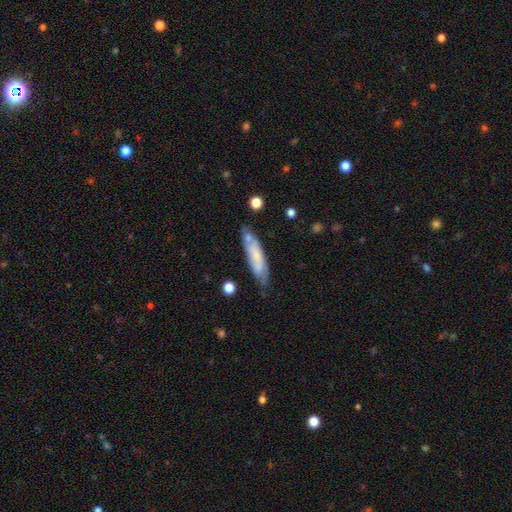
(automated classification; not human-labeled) A smooth galaxy with no disk features (56%) that is cigar-shaped (73%).

Vote fractions:
- Smooth or featured? smooth: 56% / featured or disk: 37% / star or artifact: 7%
- How rounded? cigar-shaped: 73% / in between: 26% / round: 2%
- Merging? none: 66% / minor disturbance: 22% / merger: 7% / major disturbance: 5%